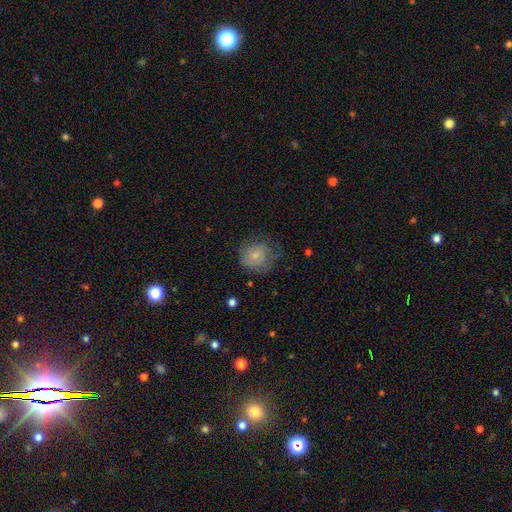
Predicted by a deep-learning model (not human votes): smooth_or_featured: smooth (p=0.71) [alt: featured or disk p=0.20]
how_rounded: round (p=0.80) [alt: in between p=0.19]
merging: none (p=0.53) [alt: minor disturbance p=0.28]